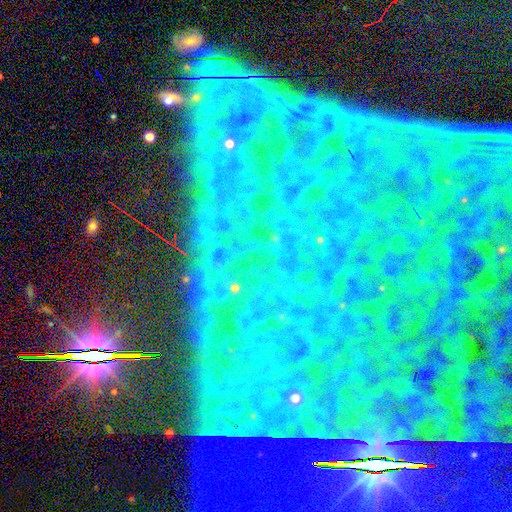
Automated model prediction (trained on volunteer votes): smooth_or_featured: star or artifact (p=0.79) [alt: smooth p=0.12]